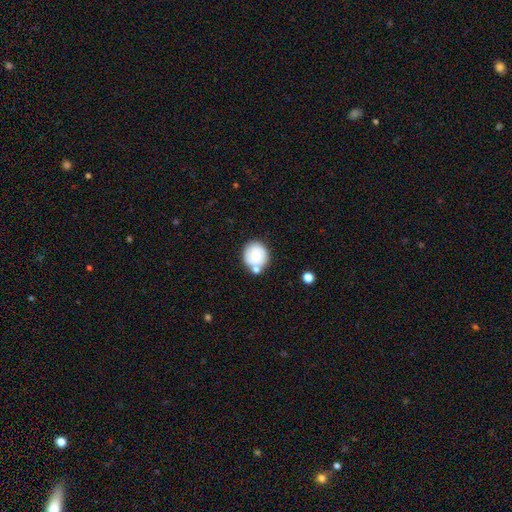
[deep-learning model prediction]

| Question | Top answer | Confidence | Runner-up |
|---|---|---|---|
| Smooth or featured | smooth | 64% | featured or disk (28%) |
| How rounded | round | 84% | in between (15%) |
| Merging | none | 64% | merger (16%) |